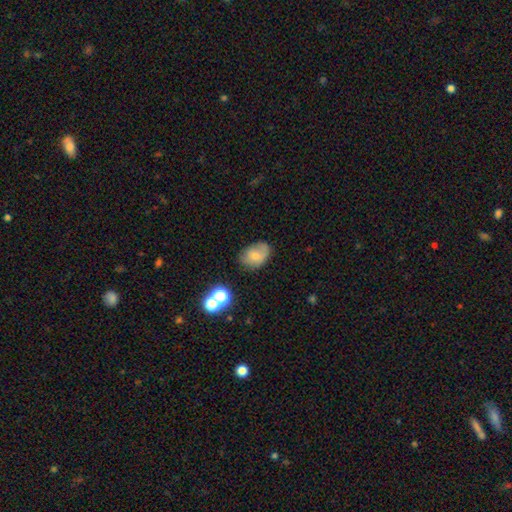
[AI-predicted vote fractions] Morphology: type=smooth (69%); roundness=in between (77%); merging=none (61%).